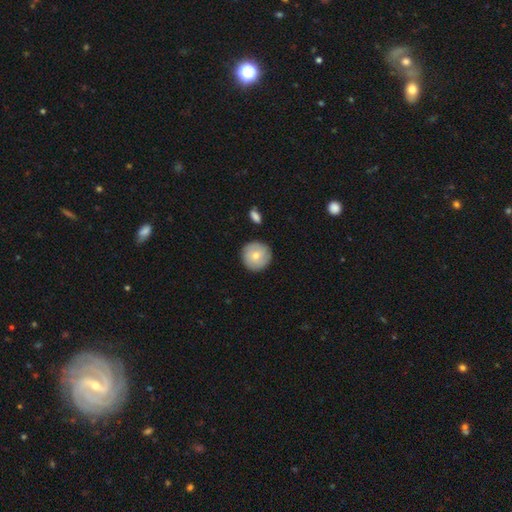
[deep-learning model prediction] Morphology: type=smooth (71%); roundness=round (95%); merging=none (88%).